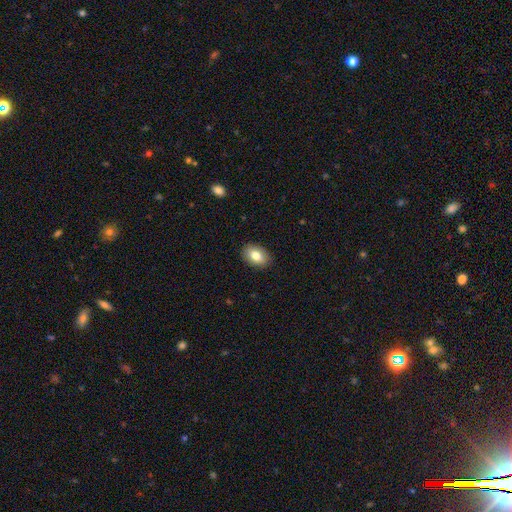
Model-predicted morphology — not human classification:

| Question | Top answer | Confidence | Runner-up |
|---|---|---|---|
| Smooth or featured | smooth | 81% | featured or disk (11%) |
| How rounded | in between | 84% | round (15%) |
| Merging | none | 89% | minor disturbance (8%) |